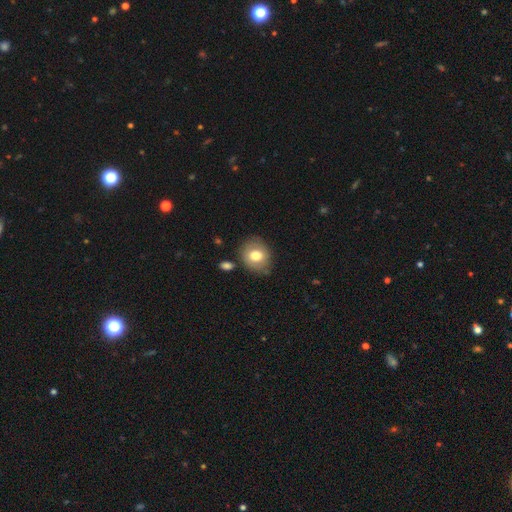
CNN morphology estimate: type=smooth (73%); roundness=round (67%); merging=none (75%).